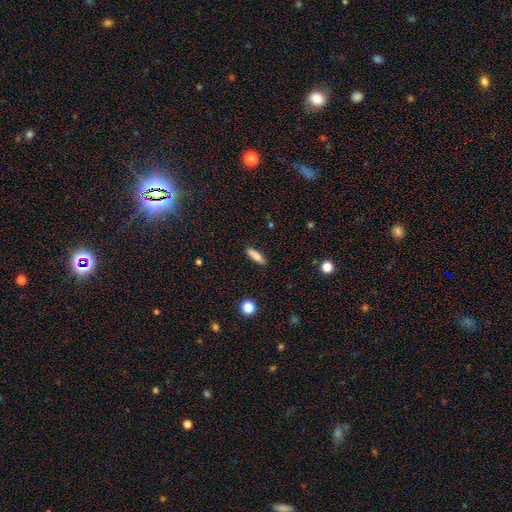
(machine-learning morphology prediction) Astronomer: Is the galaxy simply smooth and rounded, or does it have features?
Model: smooth — 82%.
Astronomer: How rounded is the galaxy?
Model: cigar-shaped — 60% (runner-up: in between, 38%).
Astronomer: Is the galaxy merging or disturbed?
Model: none — 88%.